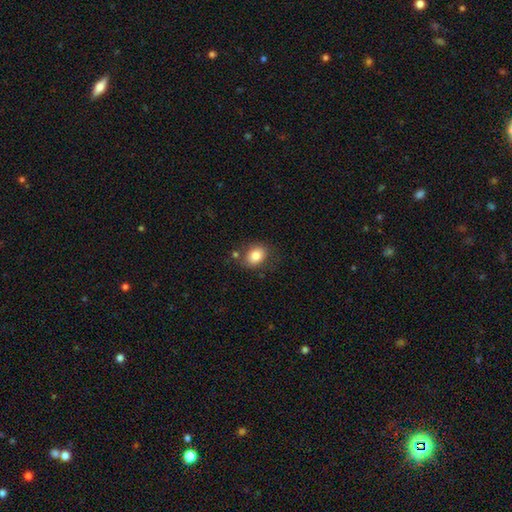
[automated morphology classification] This appears to be a smooth galaxy with no disk features (82%) that is in between round and cigar-shaped (68%). Merging: none (74%).